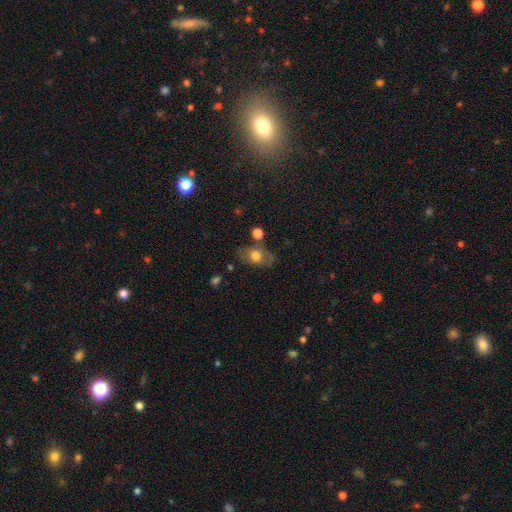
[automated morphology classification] smooth_or_featured: smooth (p=0.63) [alt: featured or disk p=0.29]
how_rounded: in between (p=0.81) [alt: round p=0.17]
merging: none (p=0.67) [alt: minor disturbance p=0.18]